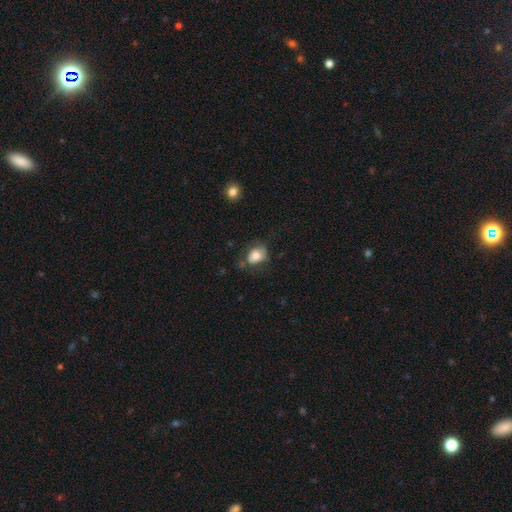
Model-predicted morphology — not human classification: The model was most divided on "how rounded": in between: 56%, round: 43%, cigar-shaped: 1%. More confident: smooth or featured — smooth (71%); merging — none (53%).